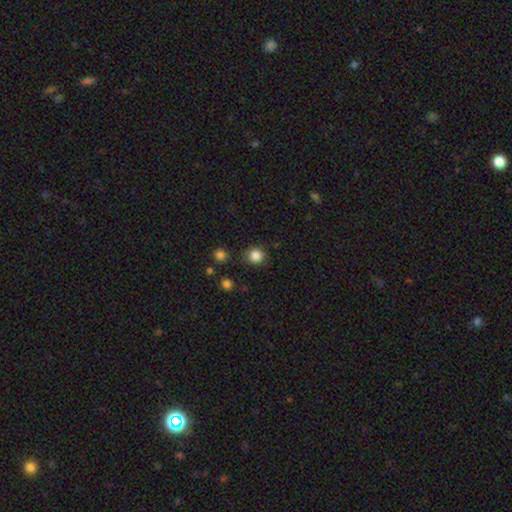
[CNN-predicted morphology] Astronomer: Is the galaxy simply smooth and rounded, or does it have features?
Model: smooth — 84%.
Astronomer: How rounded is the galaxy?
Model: round — 88%.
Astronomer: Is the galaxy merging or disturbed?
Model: none — 85%.